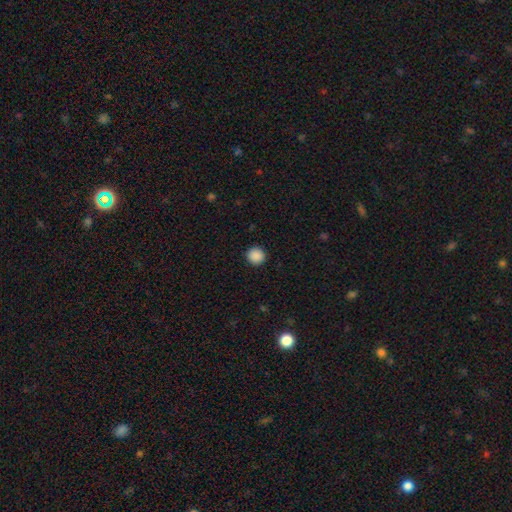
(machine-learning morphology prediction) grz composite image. It shows a smooth galaxy with no disk features (88%) that is round (92%). Merging: none (92%).